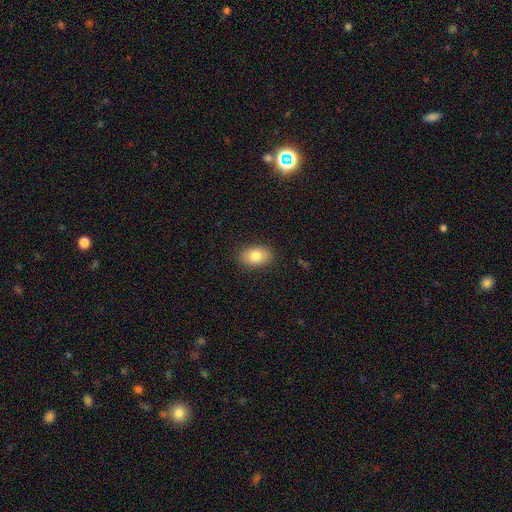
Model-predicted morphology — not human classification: smooth 81%, featured or disk 11%, star or artifact 8%. Down the decision tree: how rounded — in between (86%); merging — none (87%).